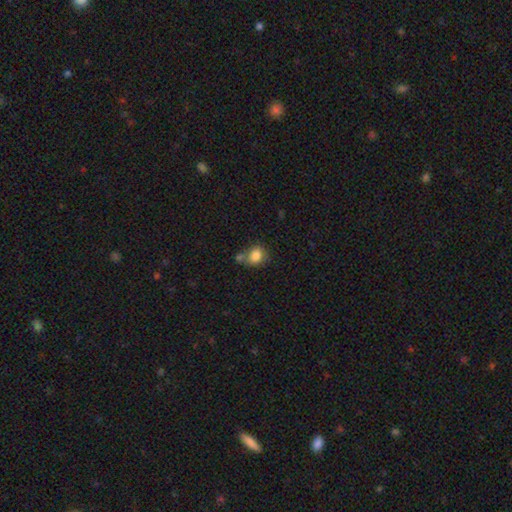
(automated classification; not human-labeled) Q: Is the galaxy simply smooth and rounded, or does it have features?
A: smooth — 82%.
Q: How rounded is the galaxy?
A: round — 64%.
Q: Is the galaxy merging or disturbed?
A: none — 48%.